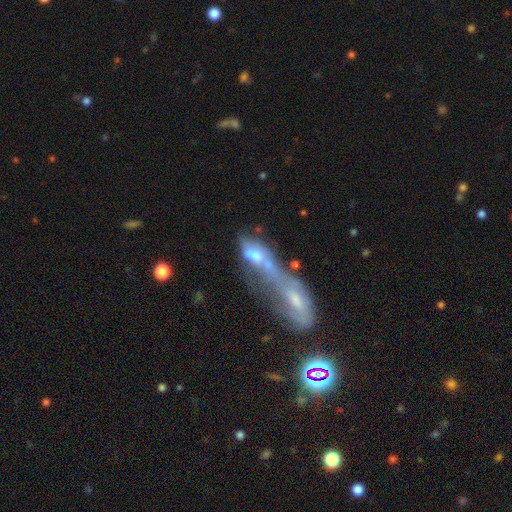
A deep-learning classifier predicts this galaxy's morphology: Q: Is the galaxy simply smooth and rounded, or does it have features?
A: featured or disk — 47%.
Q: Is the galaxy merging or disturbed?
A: merger — 70%.